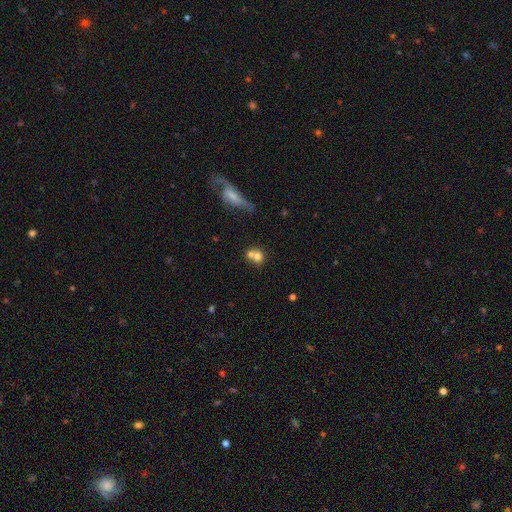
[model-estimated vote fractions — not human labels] smooth_or_featured: smooth (p=0.70) [alt: featured or disk p=0.19]
how_rounded: round (p=0.73) [alt: in between p=0.25]
merging: merger (p=0.56) [alt: none p=0.32]